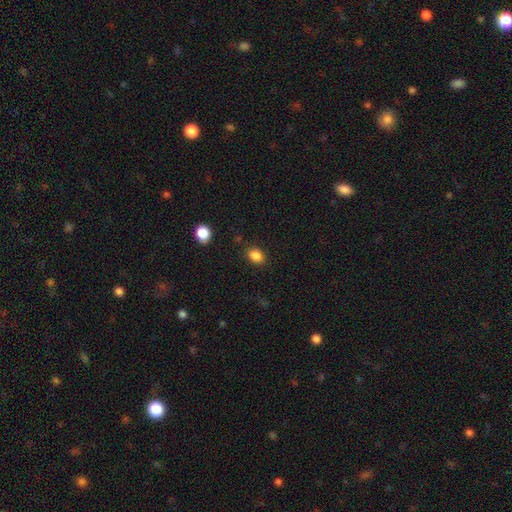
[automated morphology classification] type=smooth (86%); roundness=in between (58%); merging=none (85%).